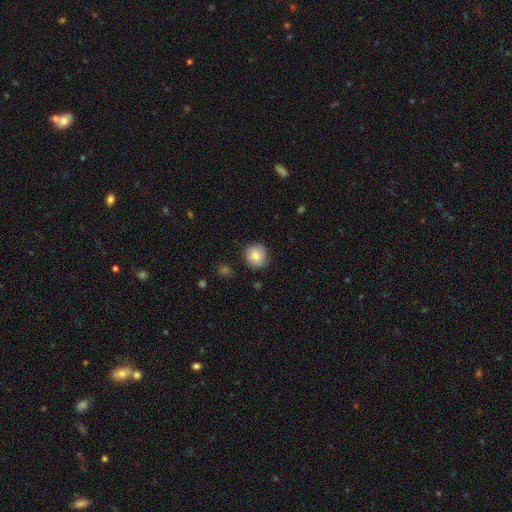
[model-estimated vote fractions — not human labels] The model was most divided on "smooth or featured": smooth: 80%, featured or disk: 11%, star or artifact: 9%. More confident: how rounded — round (93%); merging — none (88%).